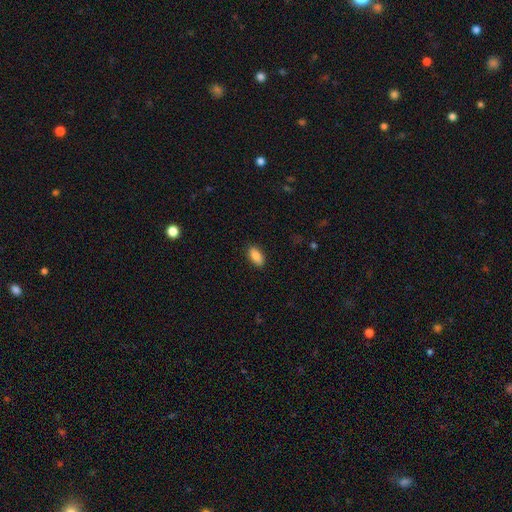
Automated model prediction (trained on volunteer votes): A smooth galaxy with no disk features (86%) that is in between round and cigar-shaped (91%). Merging: none (88%).